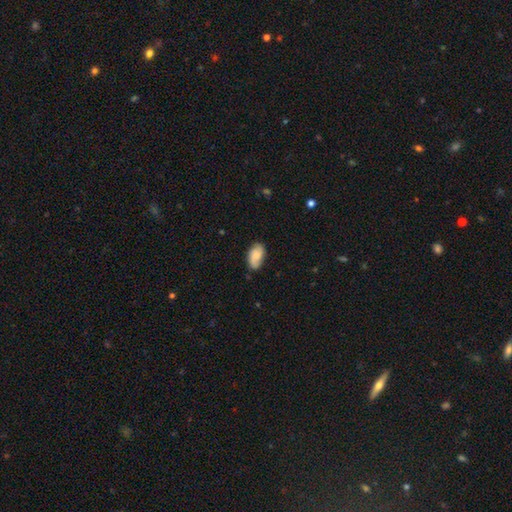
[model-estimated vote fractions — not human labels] Overall: smooth (75%). How rounded: in between (93%). Merging: none (71%).